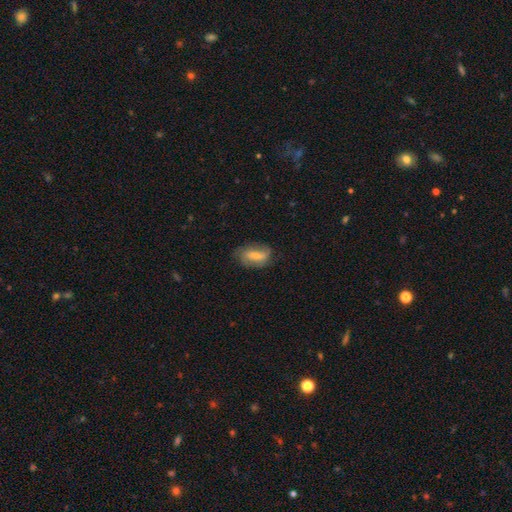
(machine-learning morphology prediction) This is possibly a smooth galaxy (50%). How rounded: clearly in between (84%). Merging: likely none (64%).